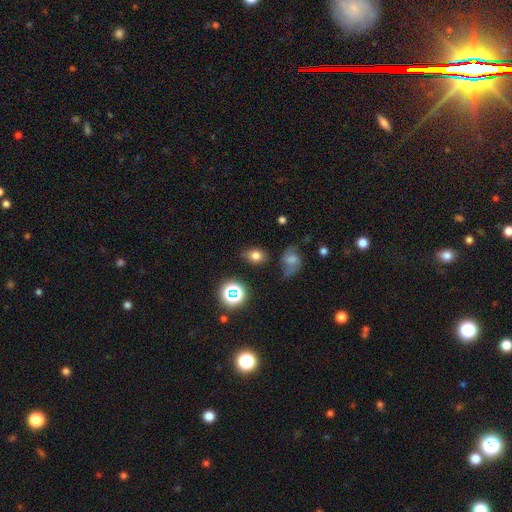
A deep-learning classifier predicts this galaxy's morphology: Smooth or featured?
  - smooth: 74% *
  - star or artifact: 16%
  - featured or disk: 10%
How rounded?
  - in between: 63% *
  - round: 36%
  - cigar-shaped: 1%
Merging?
  - none: 69% *
  - minor disturbance: 20%
  - major disturbance: 6%
  - merger: 5%